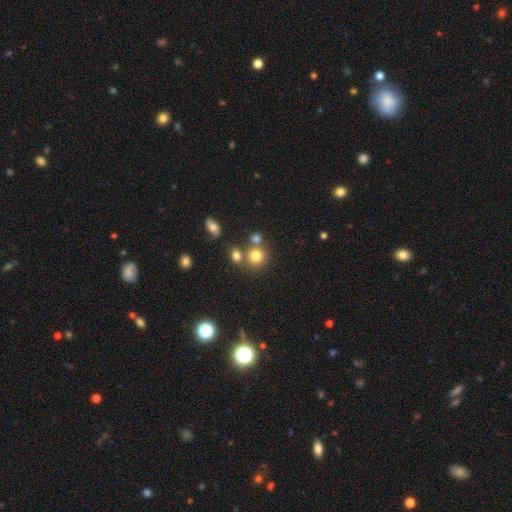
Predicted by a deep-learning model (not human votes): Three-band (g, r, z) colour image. It shows a smooth galaxy with no disk features (78%) that is round (85%). Merging: none (63%).